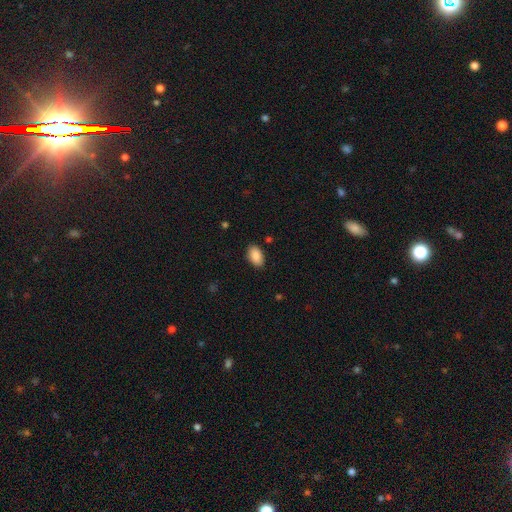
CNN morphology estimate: Smooth or featured? Predicted: smooth (p=0.89). How rounded? Predicted: in between (p=0.93). Merging? Predicted: none (p=0.87).